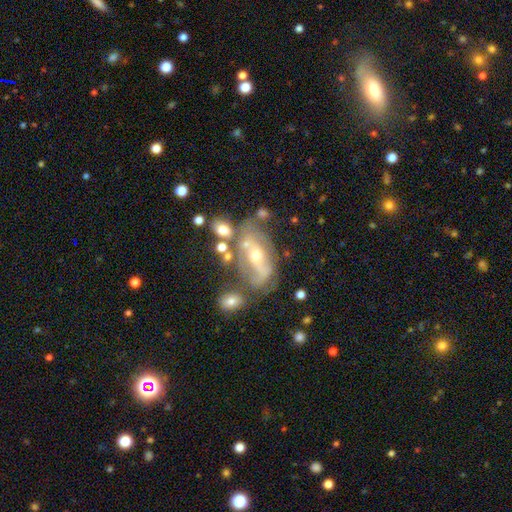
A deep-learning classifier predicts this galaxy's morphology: type=featured or disk (71%); edge-on=no (90%); bar=no (41%); spiral arms=yes (66%); bulge=moderate (49%); merging=none (42%).